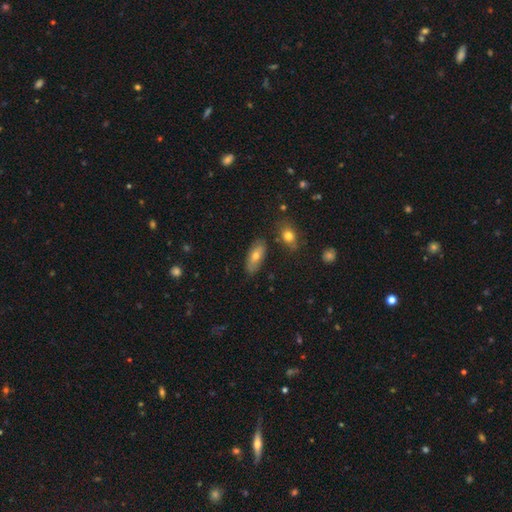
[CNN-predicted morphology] Smooth or featured? Predicted: smooth (p=0.65). How rounded? Predicted: in between (p=0.80). Merging? Predicted: none (p=0.78).